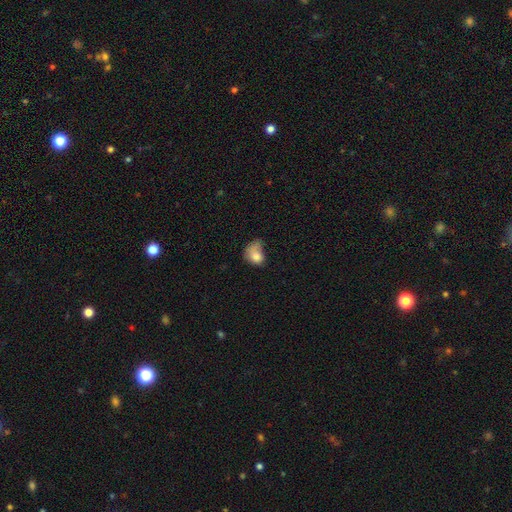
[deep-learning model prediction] Smooth or featured?
  - smooth: 75% *
  - featured or disk: 15%
  - star or artifact: 10%
How rounded?
  - in between: 62% *
  - round: 36%
  - cigar-shaped: 1%
Merging?
  - major disturbance: 40% *
  - minor disturbance: 28%
  - none: 20%
  - merger: 12%